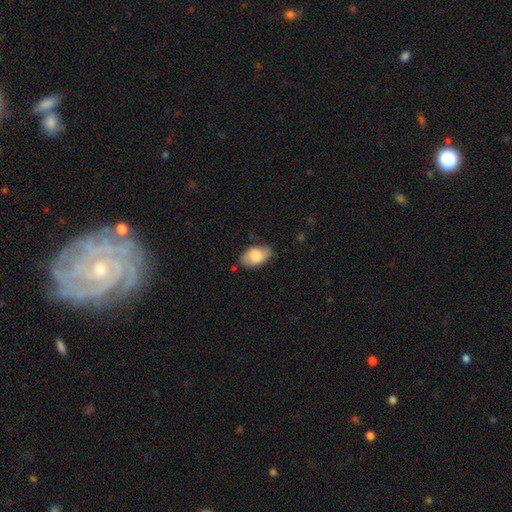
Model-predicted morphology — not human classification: A smooth galaxy with no disk features (76%) that is in between round and cigar-shaped (92%).

Vote fractions:
- Smooth or featured? smooth: 76% / featured or disk: 17% / star or artifact: 6%
- How rounded? in between: 92% / round: 7% / cigar-shaped: 2%
- Merging? none: 69% / minor disturbance: 24% / major disturbance: 5% / merger: 2%